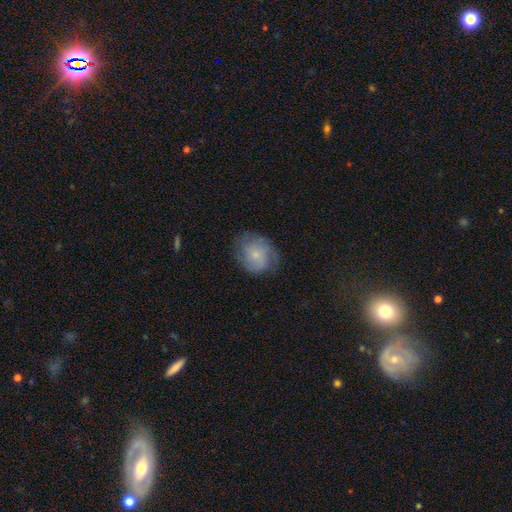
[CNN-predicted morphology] The model was most divided on "how rounded": round: 59%, in between: 39%, cigar-shaped: 1%. More confident: merging — none (65%); smooth or featured — smooth (57%).